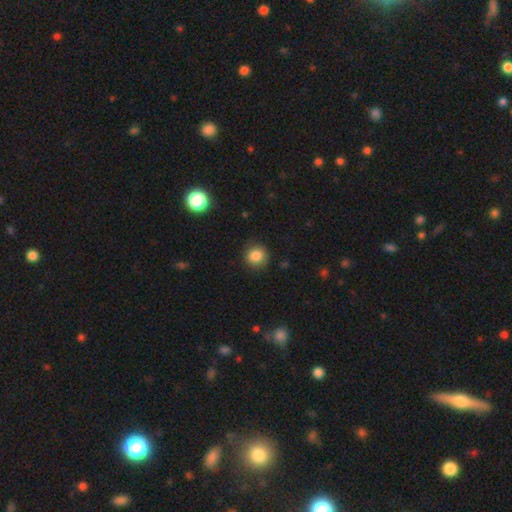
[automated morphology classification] Smooth or featured?
  - smooth: 85% *
  - star or artifact: 10%
  - featured or disk: 5%
How rounded?
  - round: 87% *
  - in between: 12%
  - cigar-shaped: 1%
Merging?
  - none: 87% *
  - minor disturbance: 9%
  - major disturbance: 3%
  - merger: 1%